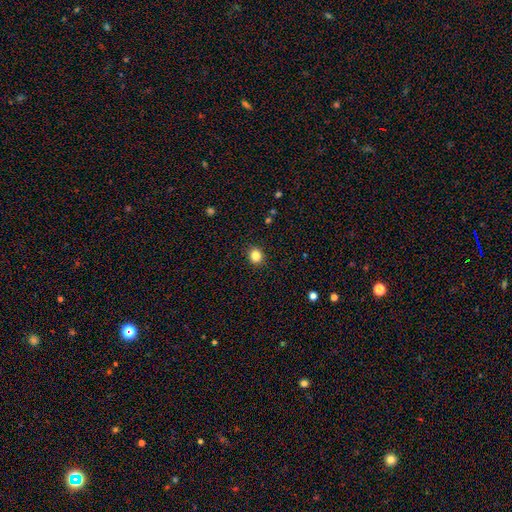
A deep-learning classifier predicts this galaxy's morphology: This is clearly a smooth galaxy (84%). How rounded: likely round (77%). Merging: clearly none (91%).